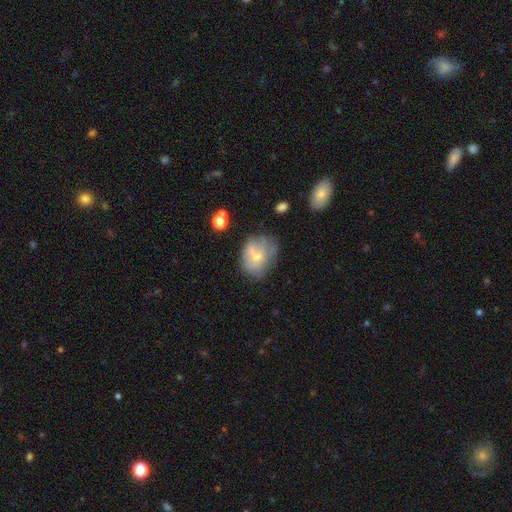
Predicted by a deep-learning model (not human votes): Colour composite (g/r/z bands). It shows a smooth galaxy with no disk features (55%) that is in between round and cigar-shaped (58%). Merging: none (41%).